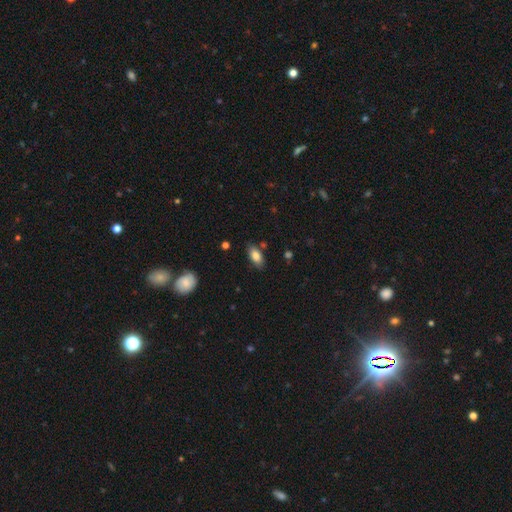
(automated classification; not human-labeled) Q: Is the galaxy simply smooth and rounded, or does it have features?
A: smooth — 82%.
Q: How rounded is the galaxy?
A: in between — 89%.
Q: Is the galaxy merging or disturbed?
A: none — 81%.